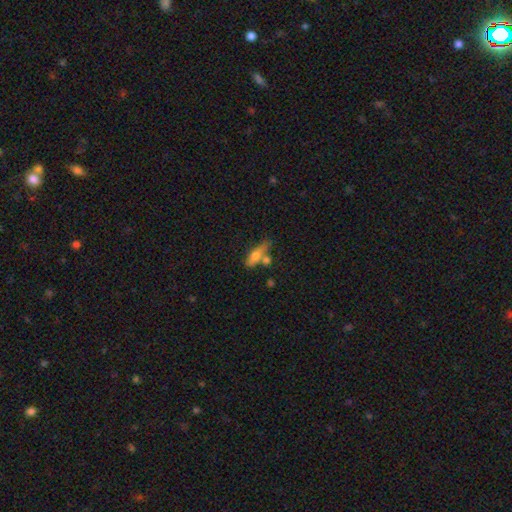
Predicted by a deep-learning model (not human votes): A smooth galaxy with no disk features (59%) that is cigar-shaped (51%).

Vote fractions:
- Smooth or featured? smooth: 59% / featured or disk: 33% / star or artifact: 8%
- How rounded? cigar-shaped: 51% / in between: 44% / round: 5%
- Merging? none: 46% / merger: 24% / minor disturbance: 20% / major disturbance: 10%